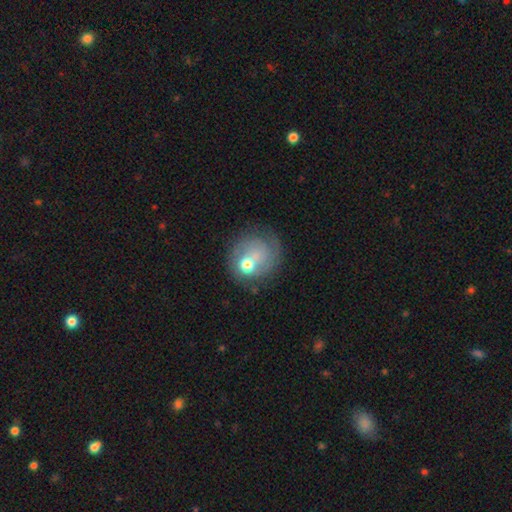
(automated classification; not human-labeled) Smooth or featured?
  - featured or disk: 48% *
  - smooth: 42%
  - star or artifact: 9%
Merging?
  - none: 47% *
  - minor disturbance: 22%
  - major disturbance: 17%
  - merger: 13%